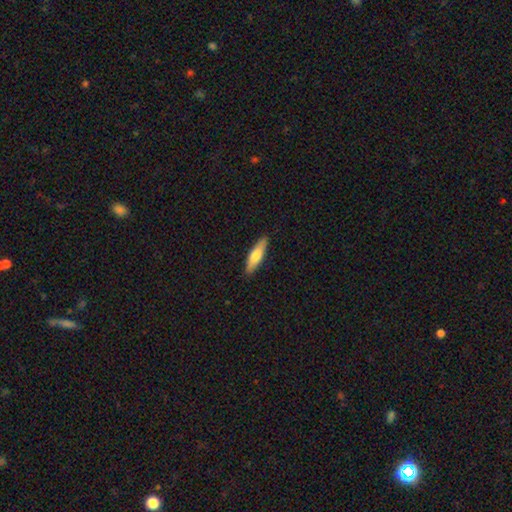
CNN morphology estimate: Smooth or featured: smooth — 69% (featured or disk — 26%)
How rounded: cigar-shaped — 64% (in between — 34%)
Merging: none — 89% (minor disturbance — 9%)